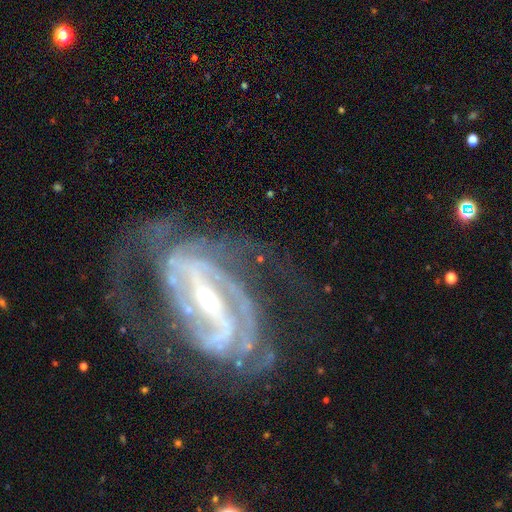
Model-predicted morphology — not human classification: Smooth or featured?
  - featured or disk: 92% *
  - star or artifact: 5%
  - smooth: 3%
Edge-on disk?
  - no: 95% *
  - yes: 5%
Bar?
  - strong: 74% *
  - weak: 19%
  - no: 7%
Spiral arms?
  - yes: 97% *
  - no: 3%
Spiral winding?
  - tight: 50% *
  - medium: 39%
  - loose: 11%
Spiral arm count?
  - 2: 53% *
  - 3: 16%
  - can't tell: 13%
  - 4: 8%
  - 1: 5%
  - more than 4: 5%
Bulge size?
  - small: 64% *
  - moderate: 32%
  - large: 2%
  - none: 1%
  - dominant: 1%
Merging?
  - none: 60% *
  - major disturbance: 20%
  - minor disturbance: 18%
  - merger: 2%